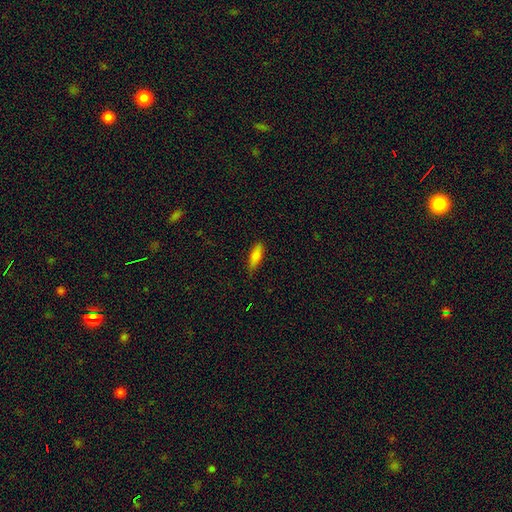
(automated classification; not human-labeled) Smooth or featured? Predicted: smooth (p=0.83). How rounded? Predicted: in between (p=0.58). Merging? Predicted: none (p=0.74).